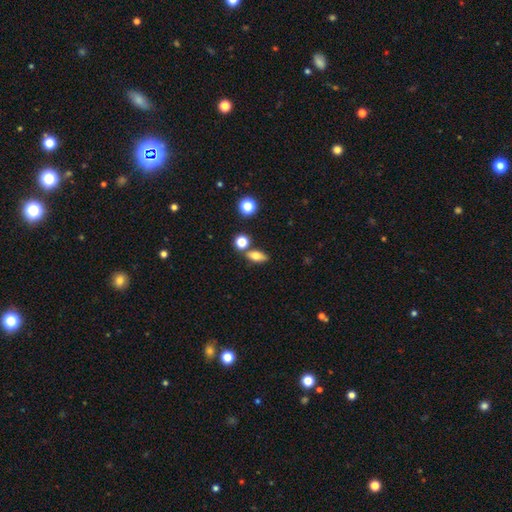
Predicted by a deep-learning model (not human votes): This is likely a smooth galaxy (73%). How rounded: likely in between (73%). Merging: likely none (70%).